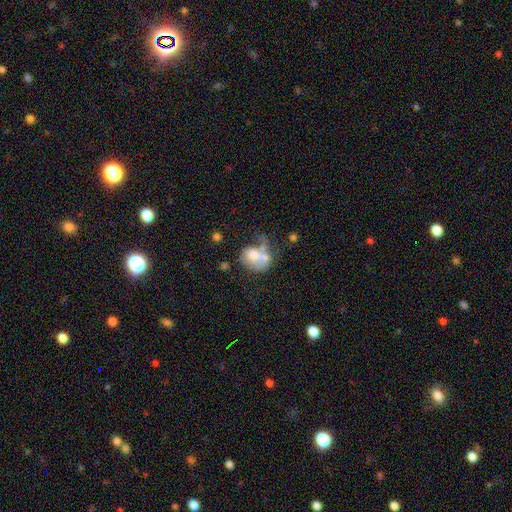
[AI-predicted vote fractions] A smooth galaxy with no disk features (54%) that is in between round and cigar-shaped (56%).

Vote fractions:
- Smooth or featured? smooth: 54% / featured or disk: 37% / star or artifact: 9%
- How rounded? in between: 56% / round: 43% / cigar-shaped: 1%
- Merging? merger: 43% / major disturbance: 24% / none: 19% / minor disturbance: 14%